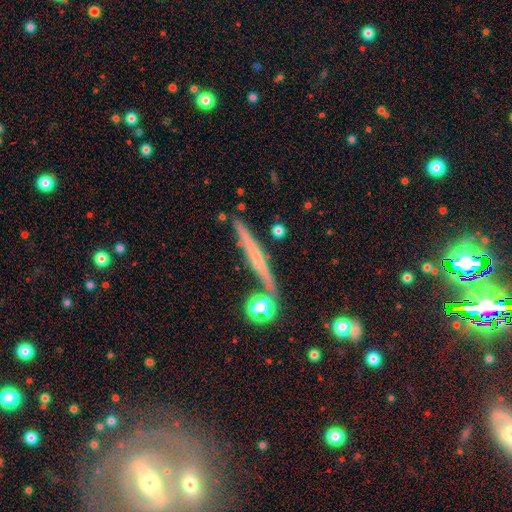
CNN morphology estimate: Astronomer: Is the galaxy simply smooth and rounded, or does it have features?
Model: featured or disk — 54% (runner-up: smooth, 36%).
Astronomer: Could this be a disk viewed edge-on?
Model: yes — 96%.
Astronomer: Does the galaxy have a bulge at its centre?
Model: none — 75%.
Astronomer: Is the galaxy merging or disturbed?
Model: none — 84%.